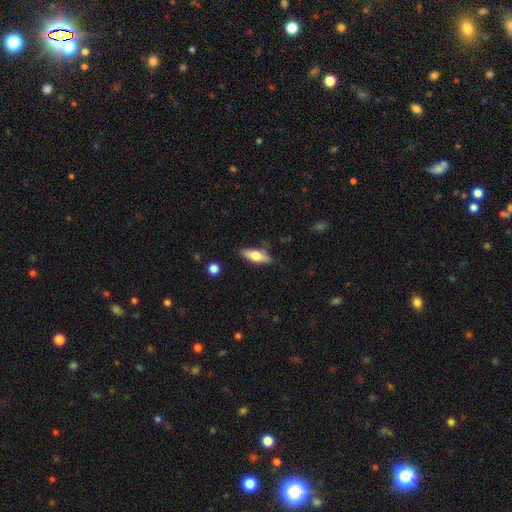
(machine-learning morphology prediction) Smooth or featured?
  - smooth: 59% *
  - featured or disk: 35%
  - star or artifact: 6%
How rounded?
  - in between: 59% *
  - cigar-shaped: 38%
  - round: 3%
Merging?
  - none: 75% *
  - minor disturbance: 18%
  - major disturbance: 4%
  - merger: 3%